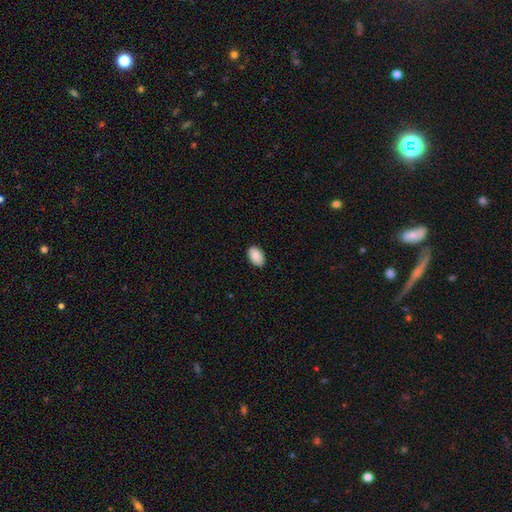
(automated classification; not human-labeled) smooth_or_featured: smooth (p=0.88) [alt: star or artifact p=0.07]
how_rounded: in between (p=0.91) [alt: round p=0.08]
merging: none (p=0.87) [alt: minor disturbance p=0.10]